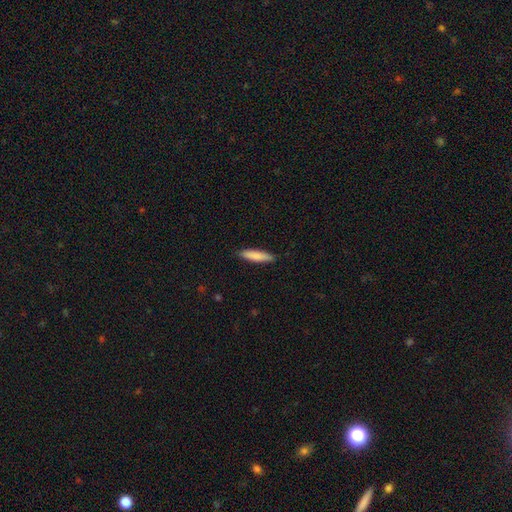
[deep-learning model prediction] Q: Smooth or featured?
A: smooth (84%); runner-up: featured or disk (11%)
Q: How rounded?
A: cigar-shaped (82%); runner-up: in between (17%)
Q: Merging?
A: none (88%); runner-up: minor disturbance (9%)